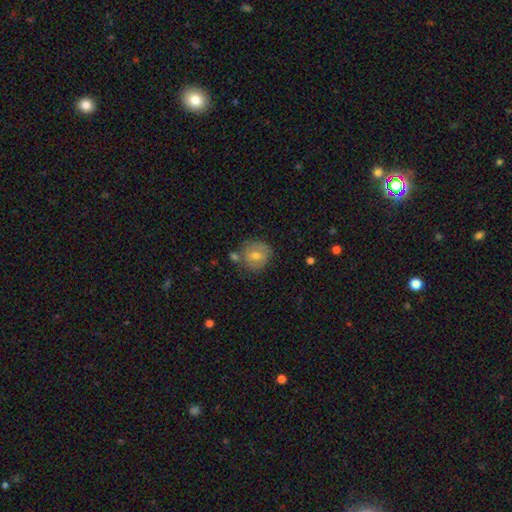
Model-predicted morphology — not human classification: Smooth or featured? smooth (57%)
How rounded? round (85%)
Merging? none (69%)